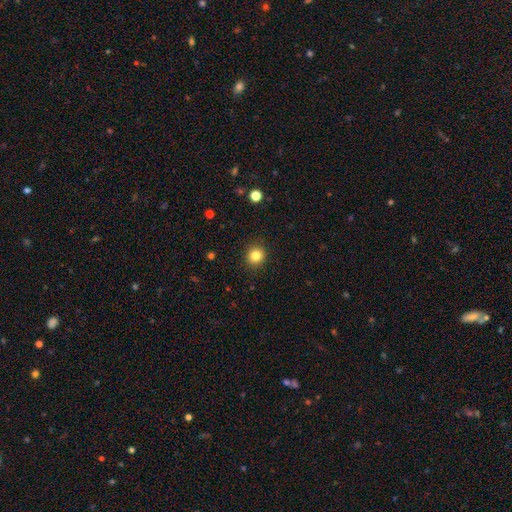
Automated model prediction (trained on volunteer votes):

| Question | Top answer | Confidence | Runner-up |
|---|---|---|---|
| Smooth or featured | smooth | 83% | star or artifact (12%) |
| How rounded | round | 89% | in between (10%) |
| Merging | none | 91% | minor disturbance (6%) |